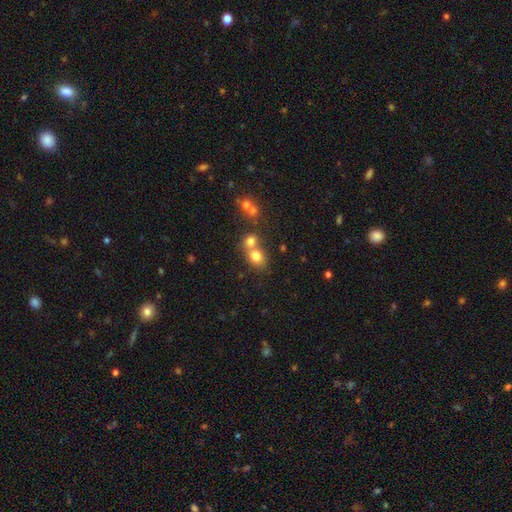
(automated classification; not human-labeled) Morphology: type=smooth (75%); roundness=round (60%); merging=merger (51%).